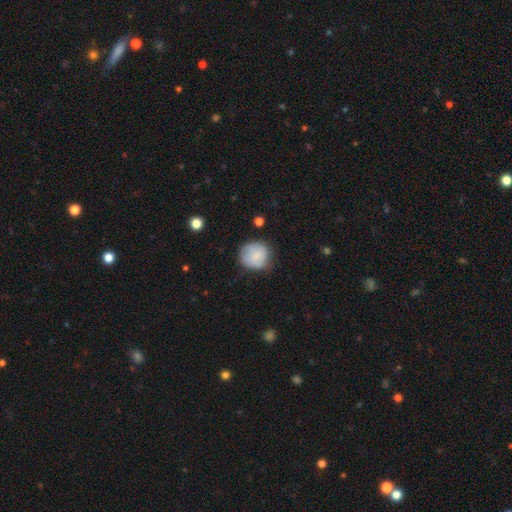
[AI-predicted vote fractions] A smooth galaxy with no disk features (79%) that is round (87%).

Vote fractions:
- Smooth or featured? smooth: 79% / featured or disk: 13% / star or artifact: 7%
- How rounded? round: 87% / in between: 12% / cigar-shaped: 1%
- Merging? none: 69% / minor disturbance: 23% / major disturbance: 6% / merger: 2%